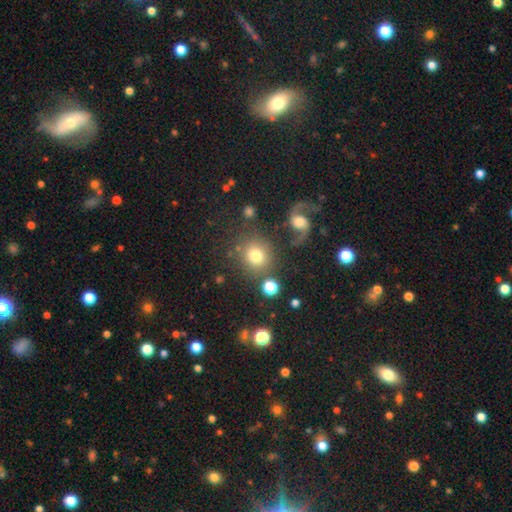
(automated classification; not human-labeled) The model was most divided on "smooth or featured": smooth: 72%, featured or disk: 15%, star or artifact: 12%. More confident: how rounded — round (87%); merging — none (73%).